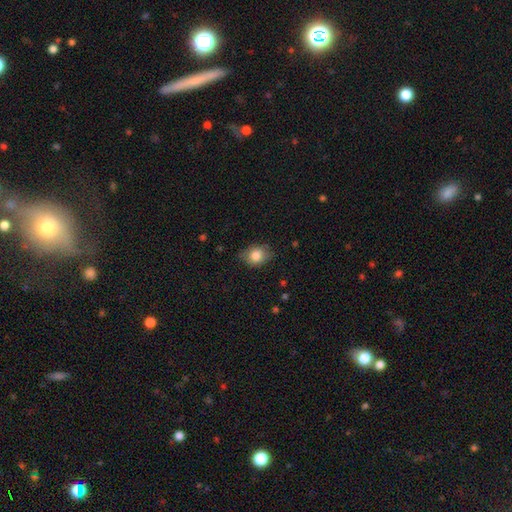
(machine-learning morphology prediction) Smooth or featured? Predicted: smooth (p=0.82). How rounded? Predicted: in between (p=0.61). Merging? Predicted: none (p=0.74).